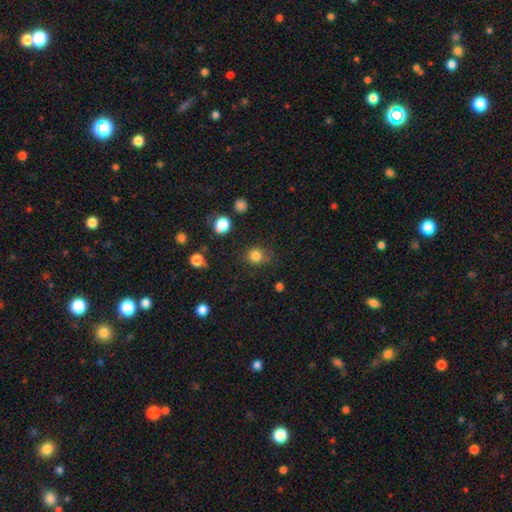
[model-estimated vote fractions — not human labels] This appears to be a smooth galaxy with no disk features (82%) that is round (79%). Merging: none (73%).